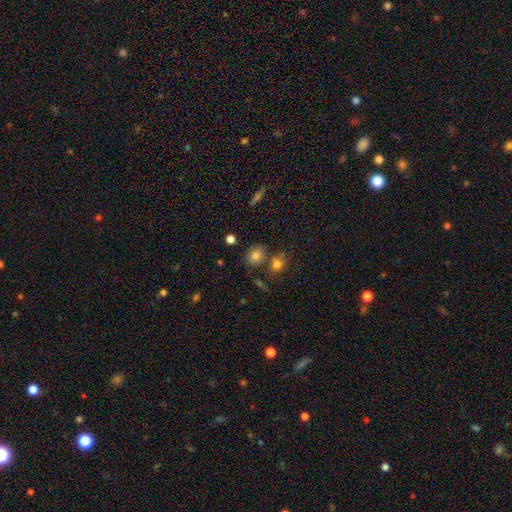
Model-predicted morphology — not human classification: Overall: smooth (77%). How rounded: round (63%; in between 36%). Merging: none (70%).